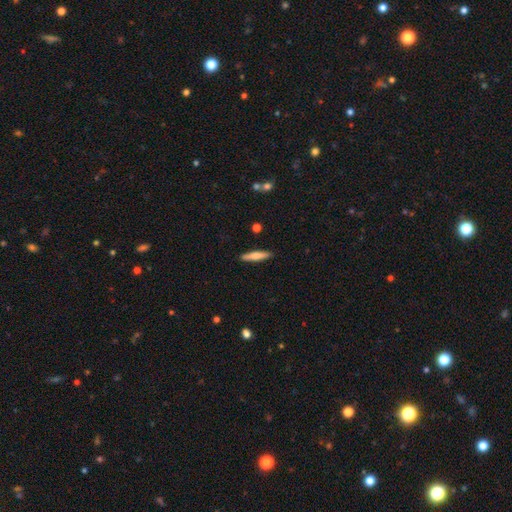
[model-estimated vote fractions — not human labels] A smooth galaxy with no disk features (66%) that is cigar-shaped (86%). Merging: none (89%).